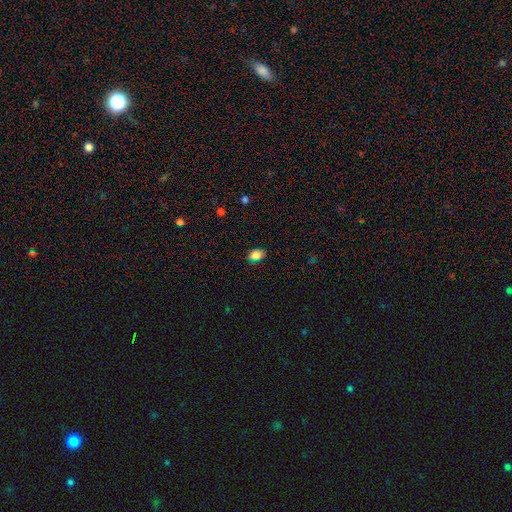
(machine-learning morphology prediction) The model was most divided on "how rounded": in between: 81%, round: 18%, cigar-shaped: 1%. More confident: smooth or featured — smooth (83%); merging — none (81%).